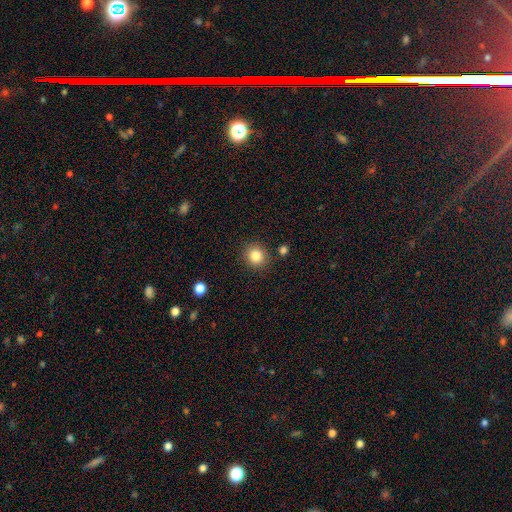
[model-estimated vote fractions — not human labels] smooth_or_featured: smooth (p=0.84) [alt: star or artifact p=0.10]
how_rounded: round (p=0.86) [alt: in between p=0.13]
merging: none (p=0.86) [alt: minor disturbance p=0.08]